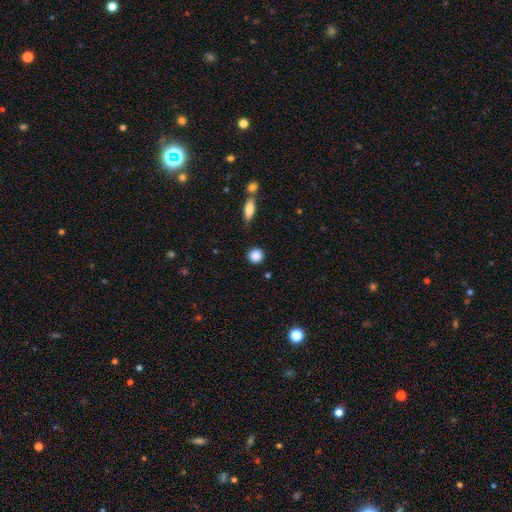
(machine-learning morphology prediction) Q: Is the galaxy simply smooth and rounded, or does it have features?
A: smooth — 87%.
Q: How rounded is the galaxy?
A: round — 90%.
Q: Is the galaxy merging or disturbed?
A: none — 88%.